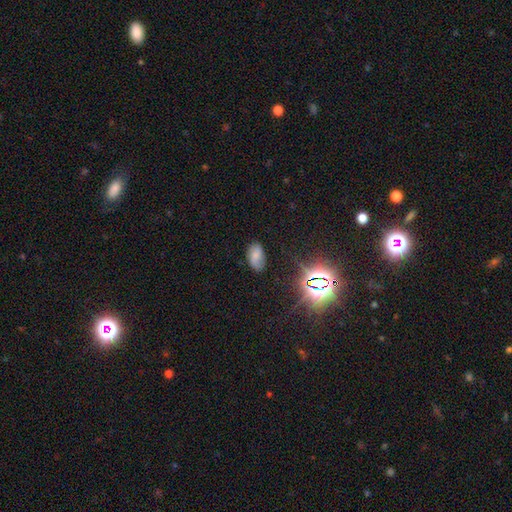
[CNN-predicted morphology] A smooth galaxy with no disk features (64%) that is in between round and cigar-shaped (93%).

Vote fractions:
- Smooth or featured? smooth: 64% / star or artifact: 19% / featured or disk: 17%
- How rounded? in between: 93% / round: 5% / cigar-shaped: 2%
- Merging? none: 72% / minor disturbance: 21% / major disturbance: 5% / merger: 2%